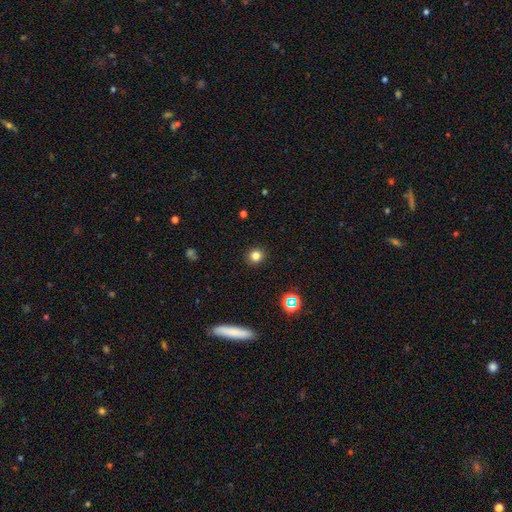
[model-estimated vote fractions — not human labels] Smooth or featured? smooth (80%)
How rounded? round (88%)
Merging? none (92%)